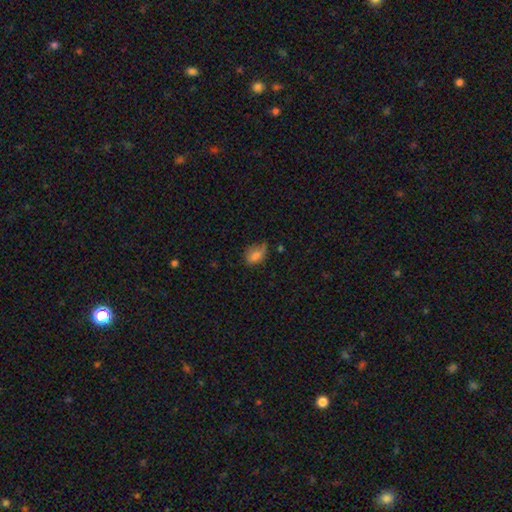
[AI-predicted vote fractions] Morphology: type=smooth (78%); roundness=in between (79%); merging=none (52%).